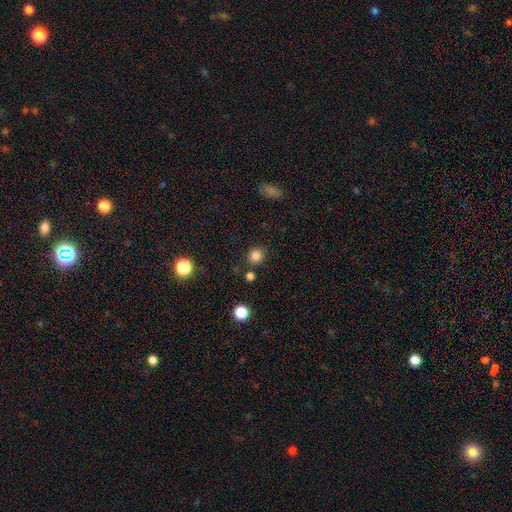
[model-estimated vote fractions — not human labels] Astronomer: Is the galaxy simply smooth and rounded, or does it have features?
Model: smooth — 83%.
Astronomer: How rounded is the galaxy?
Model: round — 81%.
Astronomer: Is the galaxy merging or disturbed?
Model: none — 84%.